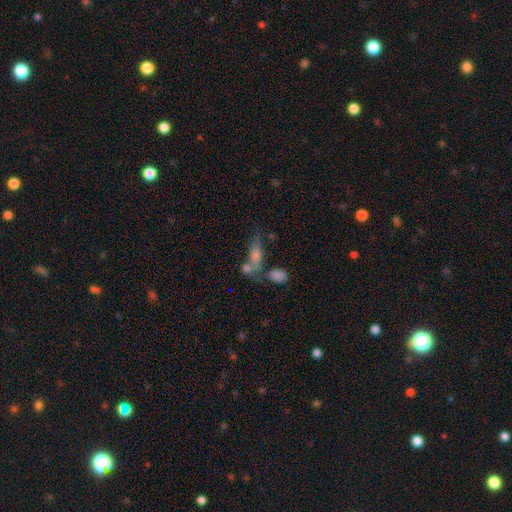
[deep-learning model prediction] A smooth galaxy with no disk features (51%) that is in between round and cigar-shaped (55%).

Vote fractions:
- Smooth or featured? smooth: 51% / featured or disk: 32% / star or artifact: 17%
- How rounded? in between: 55% / cigar-shaped: 38% / round: 7%
- Merging? none: 41% / merger: 36% / minor disturbance: 14% / major disturbance: 9%